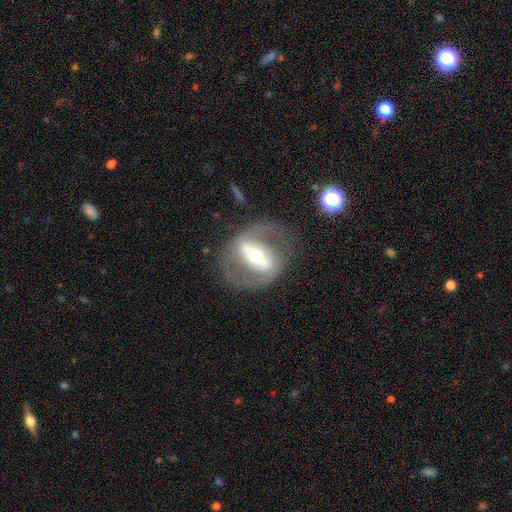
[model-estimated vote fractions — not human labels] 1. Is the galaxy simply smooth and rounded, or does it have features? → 81% featured or disk, 14% smooth, 6% star or artifact.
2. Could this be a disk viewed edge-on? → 90% no, 10% yes.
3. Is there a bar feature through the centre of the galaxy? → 70% strong, 20% weak, 10% no.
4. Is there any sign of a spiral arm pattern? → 67% yes, 33% no.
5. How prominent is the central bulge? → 60% moderate, 26% small, 11% large, 2% dominant, 1% none.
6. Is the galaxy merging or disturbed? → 72% none, 14% minor disturbance, 12% major disturbance, 2% merger.